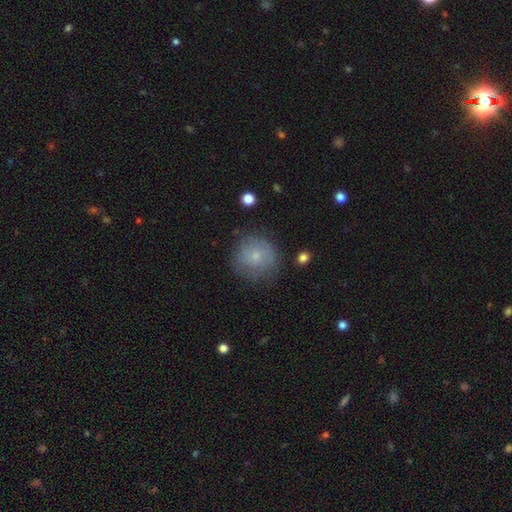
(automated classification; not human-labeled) Smooth or featured?
  - smooth: 63% *
  - featured or disk: 28%
  - star or artifact: 9%
How rounded?
  - round: 91% *
  - in between: 8%
  - cigar-shaped: 1%
Merging?
  - none: 69% *
  - minor disturbance: 21%
  - major disturbance: 8%
  - merger: 2%